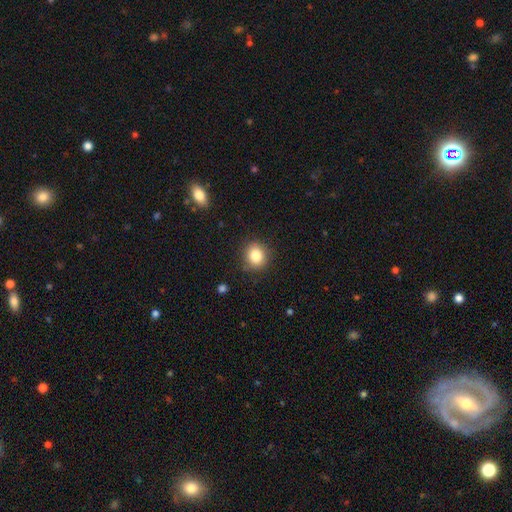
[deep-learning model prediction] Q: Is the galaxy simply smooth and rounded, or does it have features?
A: smooth — 83%.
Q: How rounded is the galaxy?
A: round — 82%.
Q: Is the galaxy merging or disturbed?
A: none — 87%.